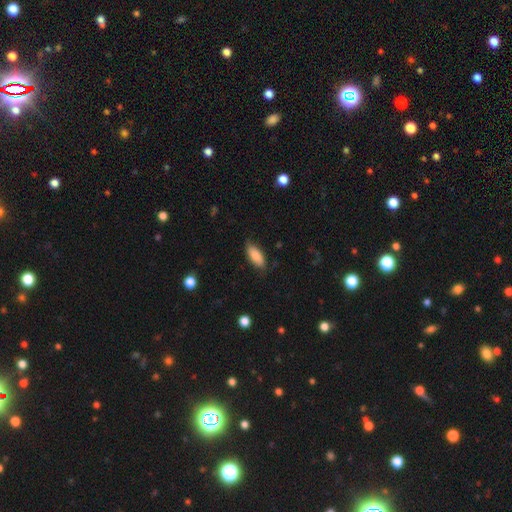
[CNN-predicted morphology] Q: Smooth or featured?
A: smooth (82%); runner-up: featured or disk (12%)
Q: How rounded?
A: in between (82%); runner-up: cigar-shaped (15%)
Q: Merging?
A: none (78%); runner-up: minor disturbance (18%)